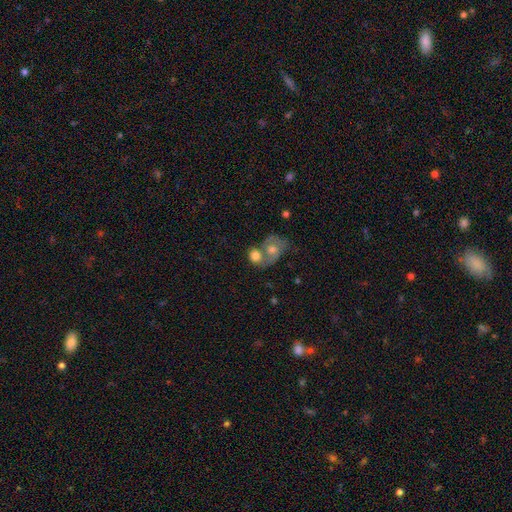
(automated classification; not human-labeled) Smooth or featured? smooth (65%)
How rounded? round (58%)
Merging? merger (62%)